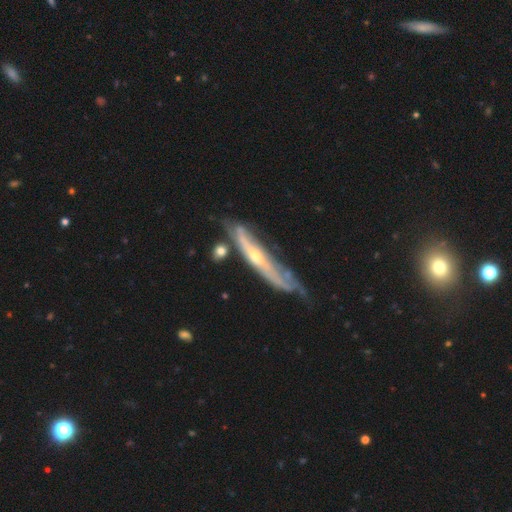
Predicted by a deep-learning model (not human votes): The model was most divided on "merging": none: 43%, minor disturbance: 29%, major disturbance: 19%, merger: 9%. More confident: smooth or featured — featured or disk (76%); edge-on disk — yes (61%).